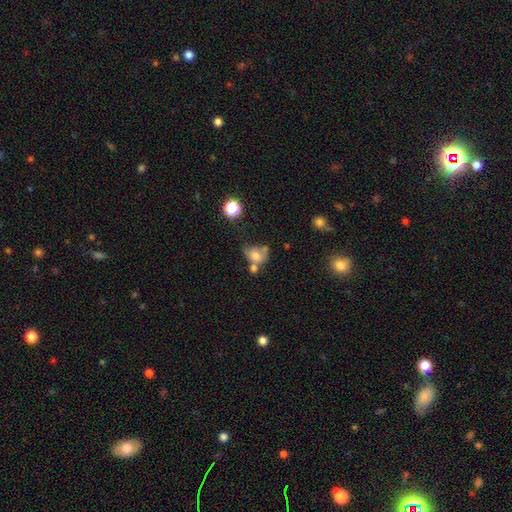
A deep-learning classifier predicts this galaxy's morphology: A smooth galaxy with no disk features (67%) that is in between round and cigar-shaped (54%).

Vote fractions:
- Smooth or featured? smooth: 67% / featured or disk: 20% / star or artifact: 12%
- How rounded? in between: 54% / round: 45% / cigar-shaped: 1%
- Merging? merger: 41% / none: 27% / minor disturbance: 18% / major disturbance: 14%